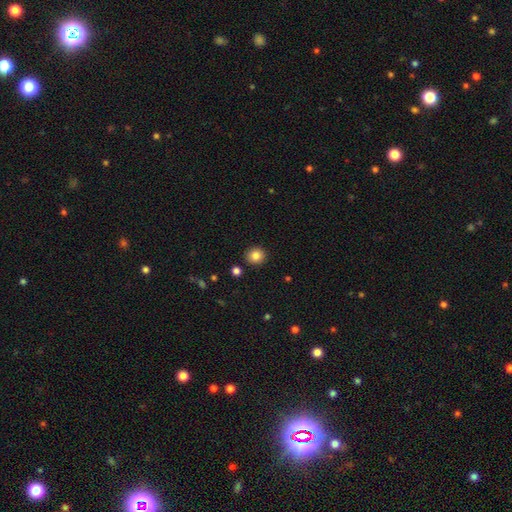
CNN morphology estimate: Smooth or featured? Predicted: smooth (p=0.84). How rounded? Predicted: round (p=0.90). Merging? Predicted: none (p=0.91).